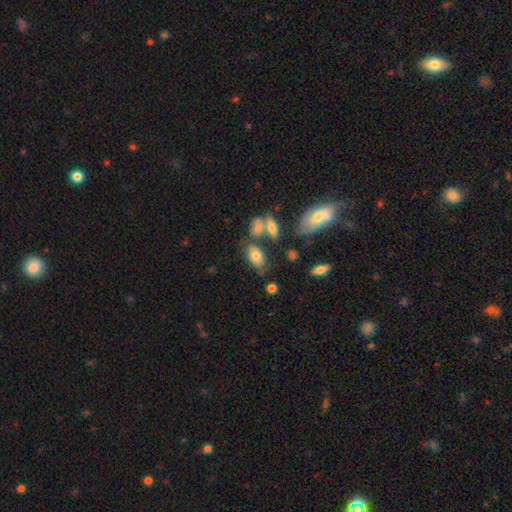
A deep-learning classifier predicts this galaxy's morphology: This appears to be a smooth galaxy with no disk features (74%) that is in between round and cigar-shaped (91%). Merging: none (61%).